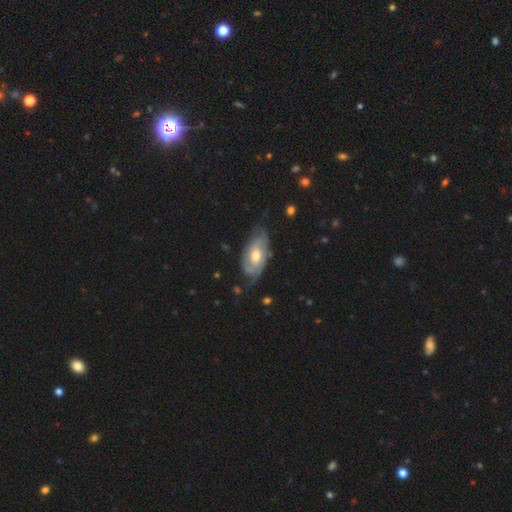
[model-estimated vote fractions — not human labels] Smooth or featured? featured or disk (70%)
Edge-on disk? no (91%)
Bar? no (68%)
Spiral arms? yes (85%)
Spiral winding? tight (56%)
Spiral arm count? 2 (46%)
Bulge size? moderate (72%)
Merging? none (63%)